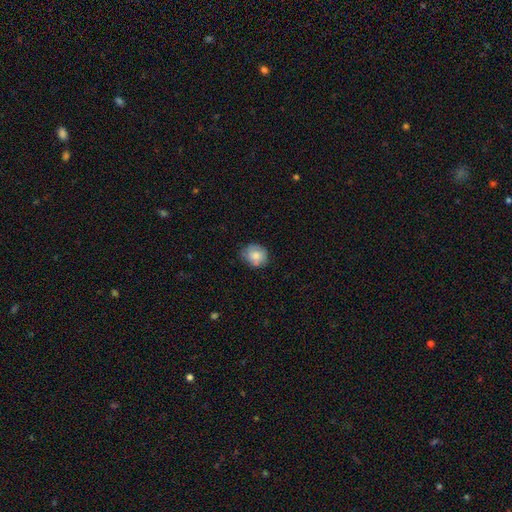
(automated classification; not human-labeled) Overall: smooth (79%). How rounded: round (73%). Merging: none (73%).